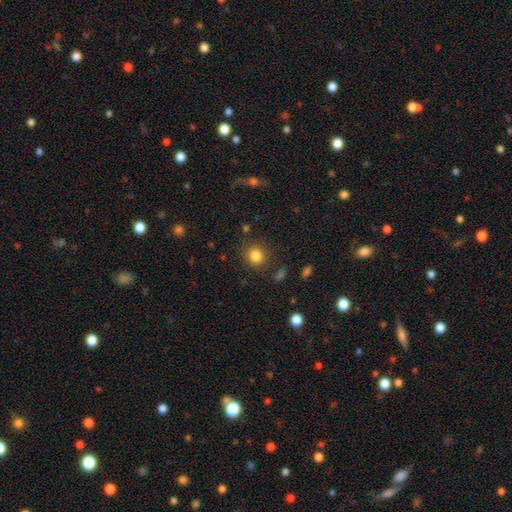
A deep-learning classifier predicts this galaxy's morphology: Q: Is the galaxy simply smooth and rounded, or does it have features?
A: smooth — 83%.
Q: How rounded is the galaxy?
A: round — 80%.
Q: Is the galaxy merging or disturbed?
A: none — 85%.